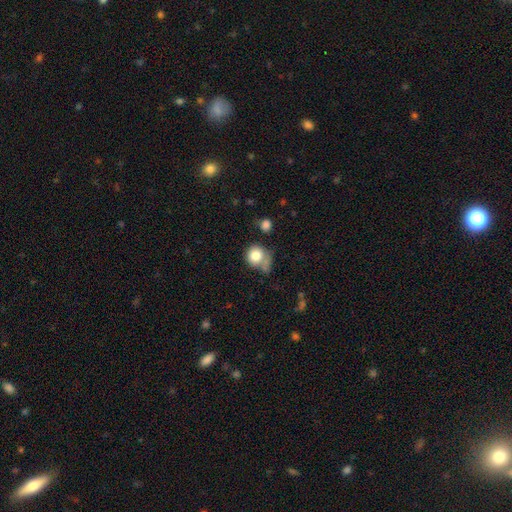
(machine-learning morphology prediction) Smooth or featured: smooth — 81% (featured or disk — 10%)
How rounded: round — 82% (in between — 17%)
Merging: none — 45% (minor disturbance — 23%)